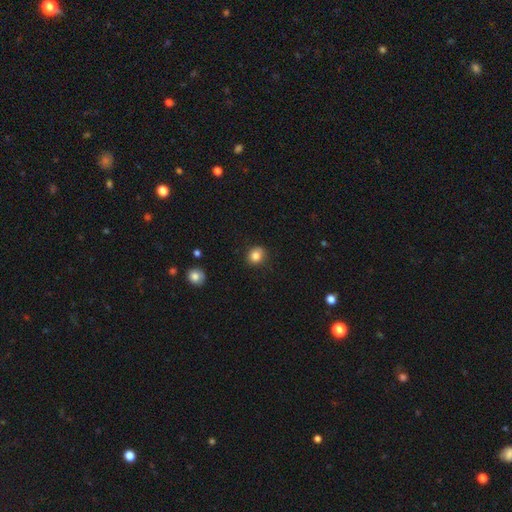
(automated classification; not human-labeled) Q: Smooth or featured?
A: smooth (85%); runner-up: star or artifact (10%)
Q: How rounded?
A: round (75%); runner-up: in between (24%)
Q: Merging?
A: none (86%); runner-up: minor disturbance (10%)